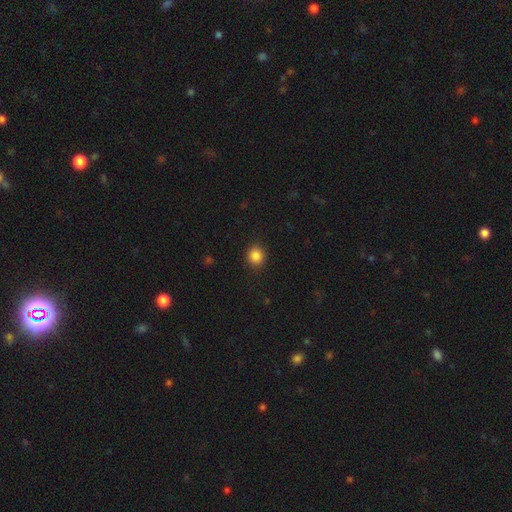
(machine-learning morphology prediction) type=smooth (86%); roundness=round (85%); merging=none (90%).